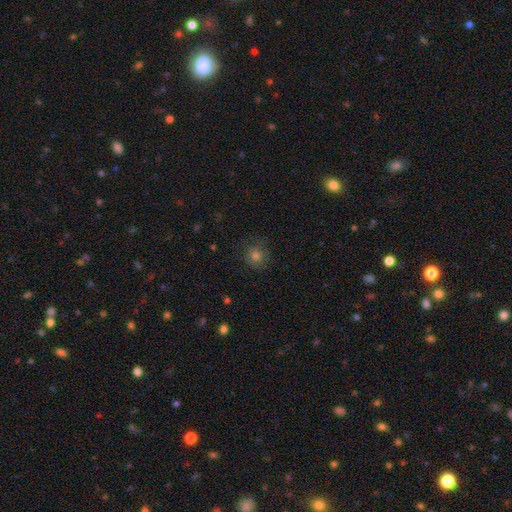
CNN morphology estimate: type=smooth (72%); roundness=round (93%); merging=none (83%).